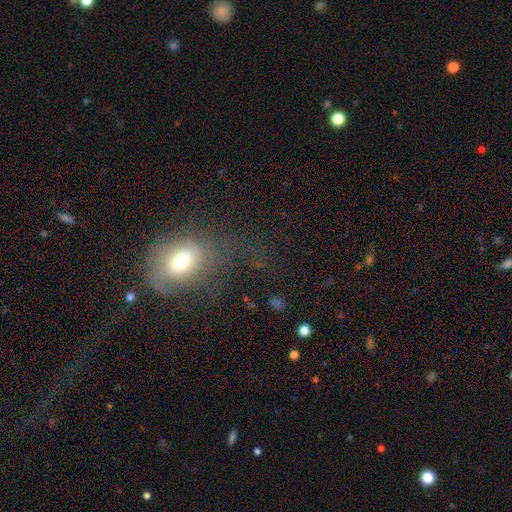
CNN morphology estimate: Overall: smooth (58%; star or artifact 24%). How rounded: in between (54%; round 43%). Merging: none (43%; major disturbance 30%).